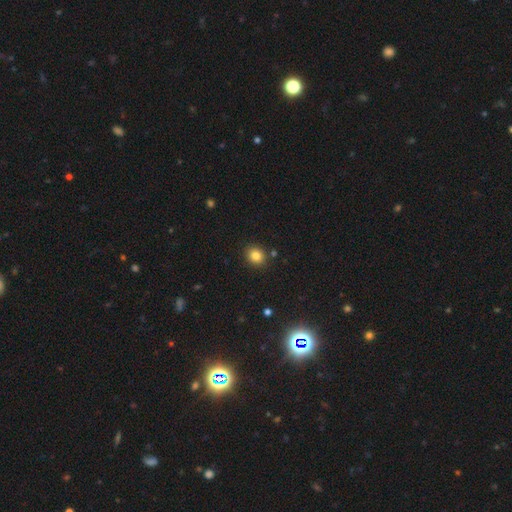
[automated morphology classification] This is clearly a smooth galaxy (83%). How rounded: likely round (73%). Merging: clearly none (88%).